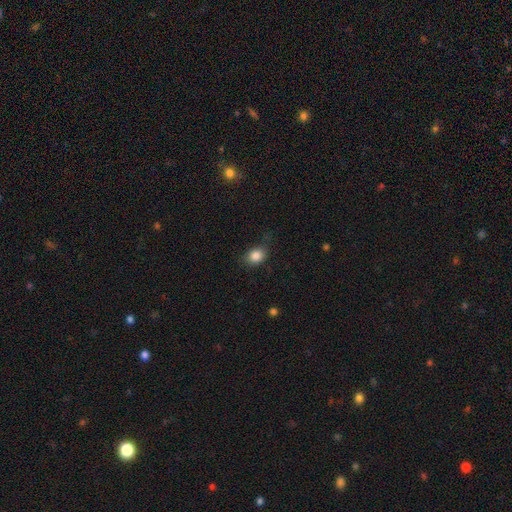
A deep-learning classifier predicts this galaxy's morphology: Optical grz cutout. It shows a smooth galaxy with no disk features (84%) that is in between round and cigar-shaped (51%). Merging: none (73%).